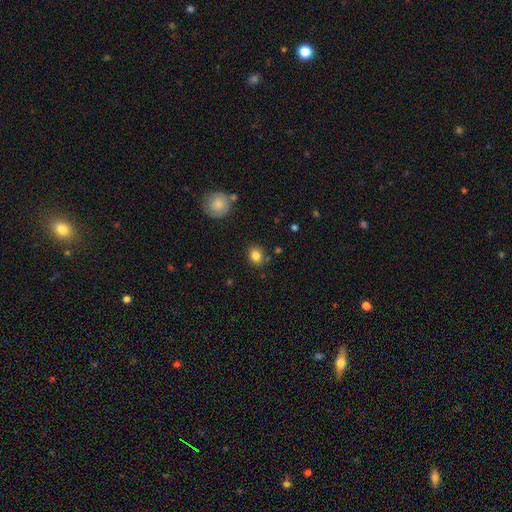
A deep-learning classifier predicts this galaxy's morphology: smooth_or_featured: smooth (p=0.84) [alt: star or artifact p=0.10]
how_rounded: round (p=0.70) [alt: in between p=0.29]
merging: none (p=0.84) [alt: minor disturbance p=0.10]